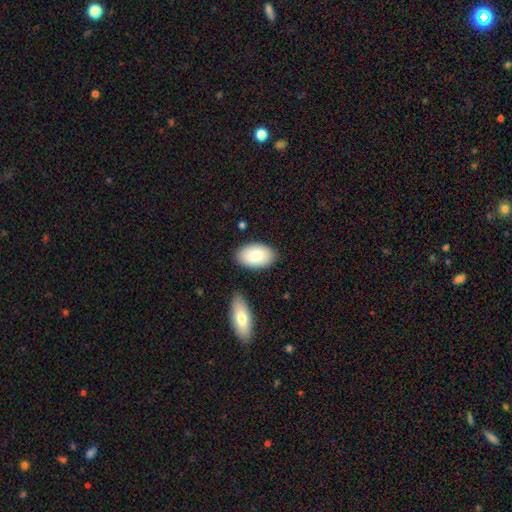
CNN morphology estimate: smooth 83%, featured or disk 11%, star or artifact 6%. Down the decision tree: how rounded — in between (95%); merging — none (82%).